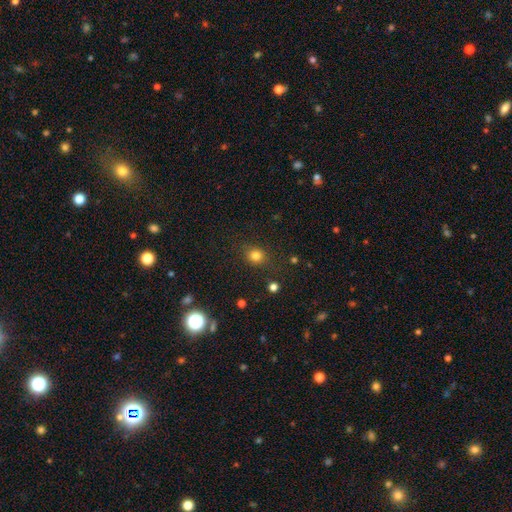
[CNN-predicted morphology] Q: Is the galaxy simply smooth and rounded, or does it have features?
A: smooth — 80%.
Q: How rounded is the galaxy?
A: round — 76%.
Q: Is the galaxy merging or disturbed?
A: none — 82%.